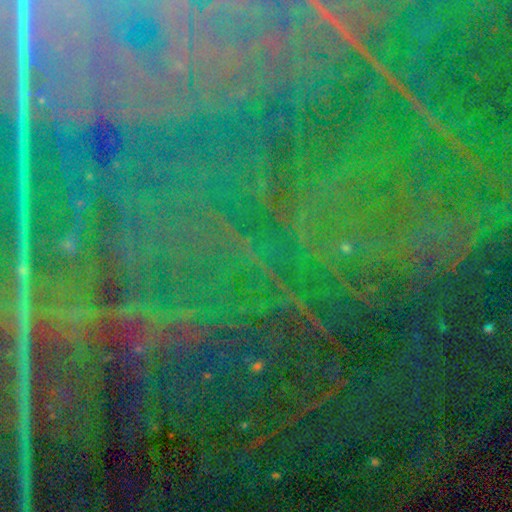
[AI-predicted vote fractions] smooth_or_featured: star or artifact (p=0.86) [alt: featured or disk p=0.07]